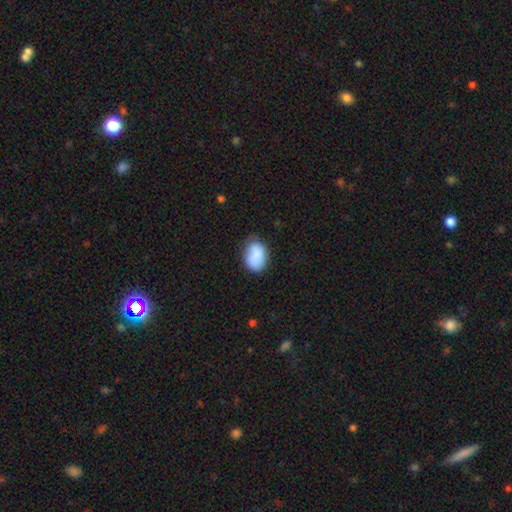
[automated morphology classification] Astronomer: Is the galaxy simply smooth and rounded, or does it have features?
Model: smooth — 85%.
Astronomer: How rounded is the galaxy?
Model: in between — 79%.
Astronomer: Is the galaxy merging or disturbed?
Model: none — 65%.